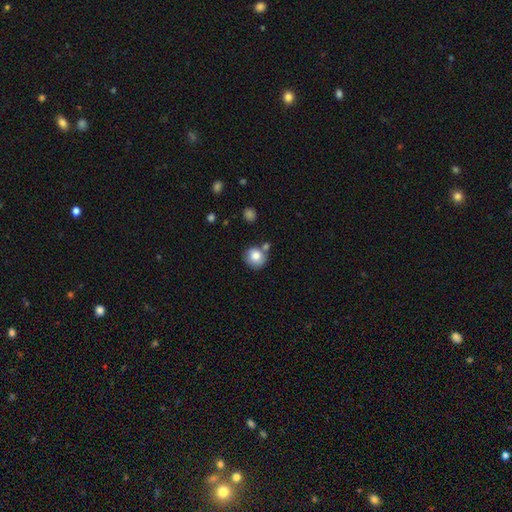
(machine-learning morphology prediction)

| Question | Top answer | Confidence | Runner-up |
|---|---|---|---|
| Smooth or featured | smooth | 80% | featured or disk (11%) |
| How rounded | round | 84% | in between (15%) |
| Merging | none | 62% | merger (17%) |